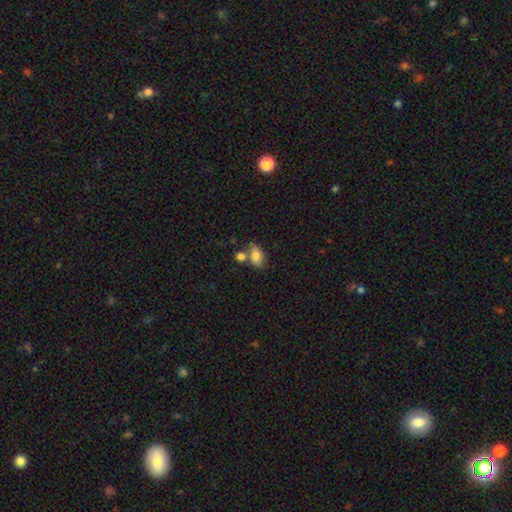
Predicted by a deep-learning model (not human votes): Smooth or featured? smooth (80%)
How rounded? in between (87%)
Merging? none (46%)